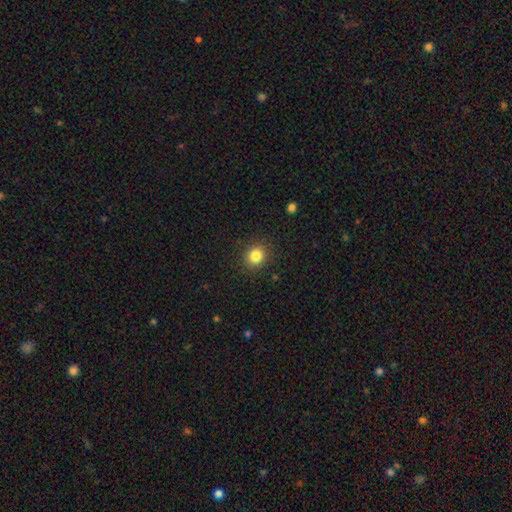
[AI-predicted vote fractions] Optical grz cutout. It shows a smooth galaxy with no disk features (83%) that is round (80%). Merging: none (88%).